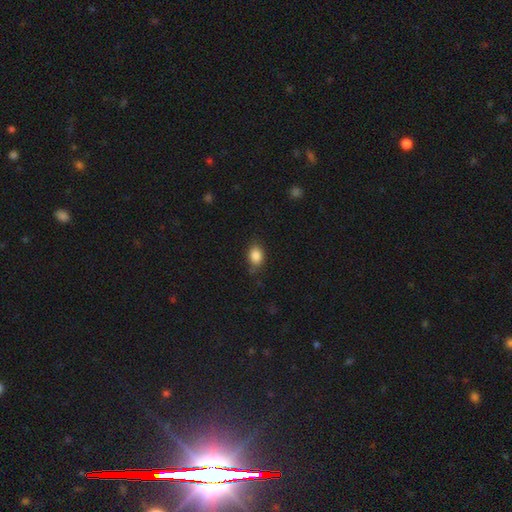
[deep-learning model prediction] smooth 86%, star or artifact 9%, featured or disk 5%. Down the decision tree: how rounded — in between (72%); merging — none (75%).